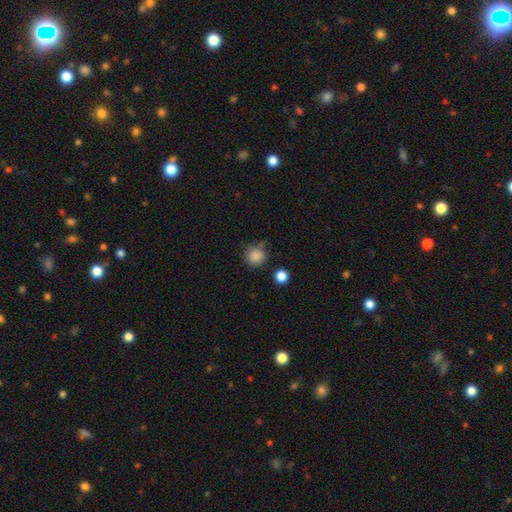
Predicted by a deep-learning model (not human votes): Smooth or featured? Predicted: smooth (p=0.86). How rounded? Predicted: round (p=0.93). Merging? Predicted: none (p=0.76).